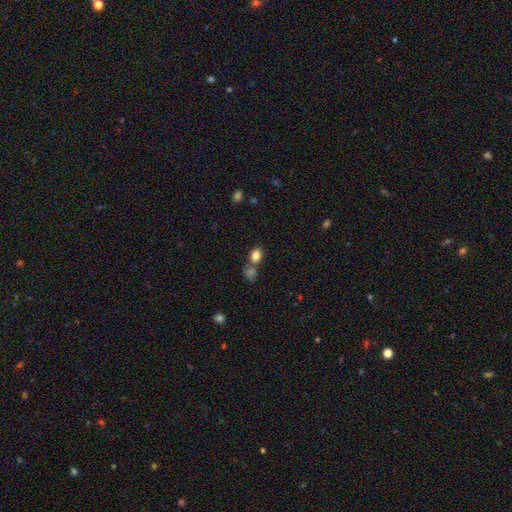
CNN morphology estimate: Smooth or featured?
  - smooth: 82% *
  - star or artifact: 11%
  - featured or disk: 6%
How rounded?
  - in between: 58% *
  - round: 41%
  - cigar-shaped: 1%
Merging?
  - none: 53% *
  - merger: 32%
  - minor disturbance: 11%
  - major disturbance: 4%